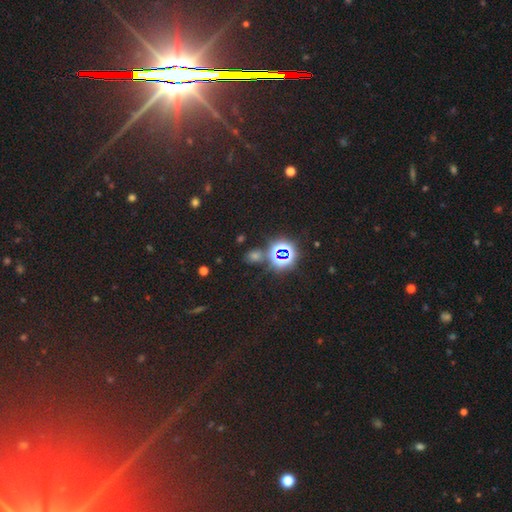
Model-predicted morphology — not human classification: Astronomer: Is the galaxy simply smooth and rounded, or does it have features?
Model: star or artifact — 61%.